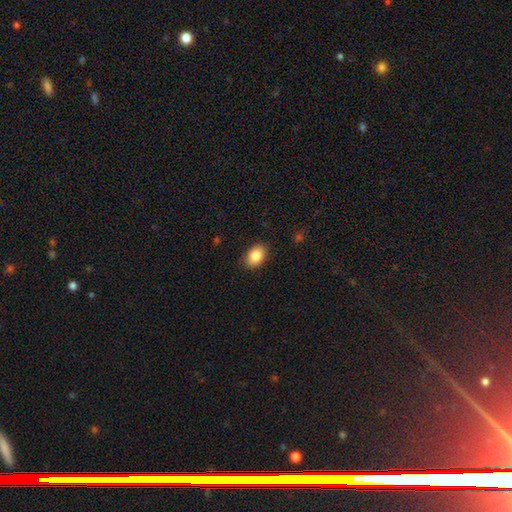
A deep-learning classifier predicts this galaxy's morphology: This appears to be a smooth galaxy with no disk features (87%) that is in between round and cigar-shaped (81%). Merging: none (85%).